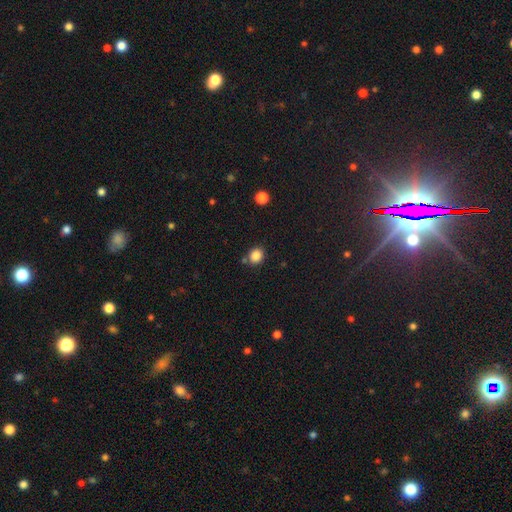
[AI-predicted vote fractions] This is clearly a smooth galaxy (85%). How rounded: likely round (73%). Merging: likely none (77%).